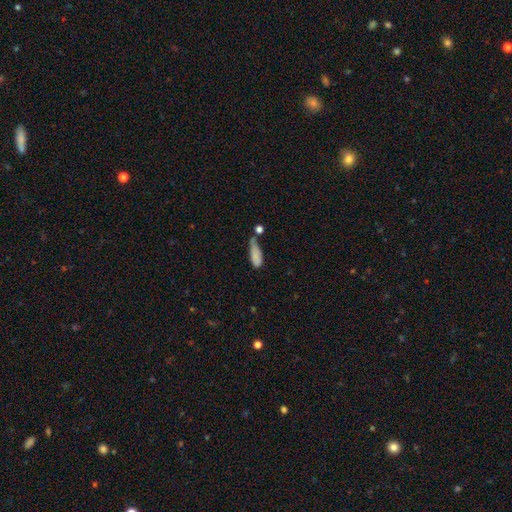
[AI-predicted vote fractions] A smooth galaxy with no disk features (77%) that is in between round and cigar-shaped (59%).

Vote fractions:
- Smooth or featured? smooth: 77% / featured or disk: 14% / star or artifact: 9%
- How rounded? in between: 59% / cigar-shaped: 38% / round: 3%
- Merging? minor disturbance: 30% / none: 27% / merger: 22% / major disturbance: 20%